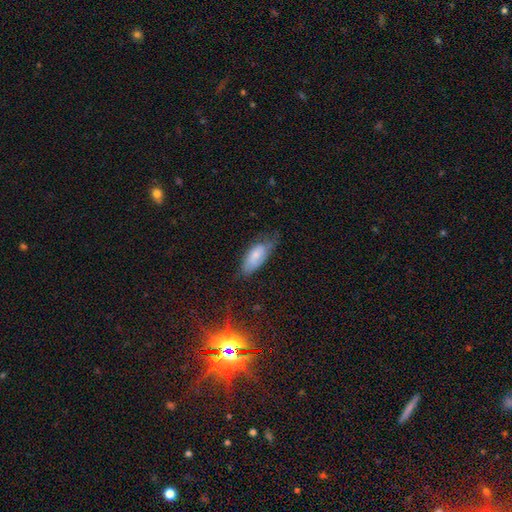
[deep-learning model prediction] smooth_or_featured: smooth (p=0.67) [alt: featured or disk p=0.26]
how_rounded: in between (p=0.83) [alt: cigar-shaped p=0.14]
merging: none (p=0.47) [alt: minor disturbance p=0.36]